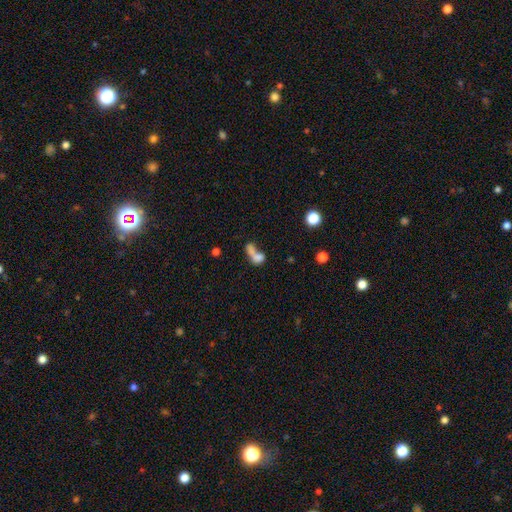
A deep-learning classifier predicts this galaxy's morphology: Overall: smooth (69%). How rounded: in between (67%). Merging: merger (64%).